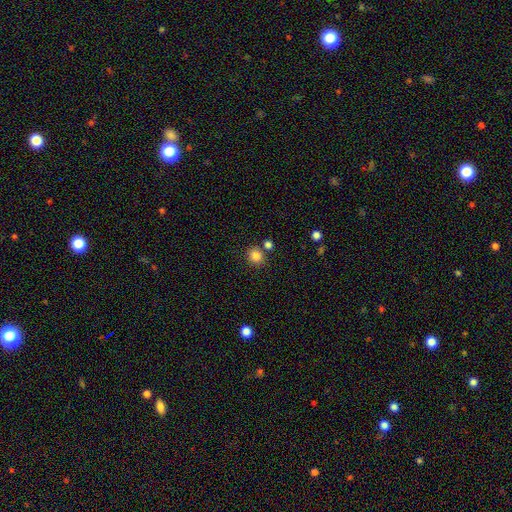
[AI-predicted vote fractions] Overall: smooth (85%). How rounded: round (82%). Merging: none (78%).